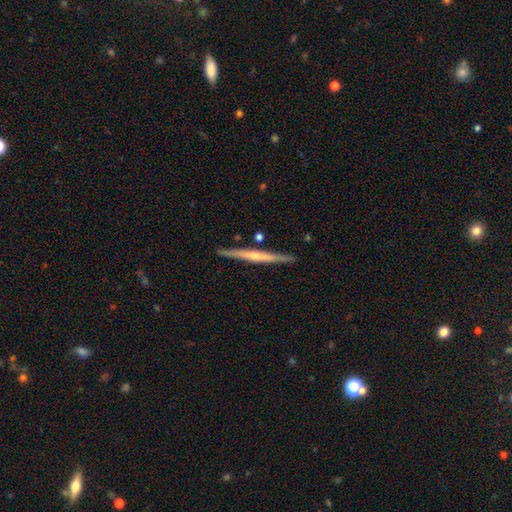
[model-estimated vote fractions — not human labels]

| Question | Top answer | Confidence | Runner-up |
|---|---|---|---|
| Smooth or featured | featured or disk | 66% | smooth (29%) |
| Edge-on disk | yes | 97% | no (3%) |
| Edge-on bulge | rounded | 54% | none (40%) |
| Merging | none | 89% | minor disturbance (7%) |